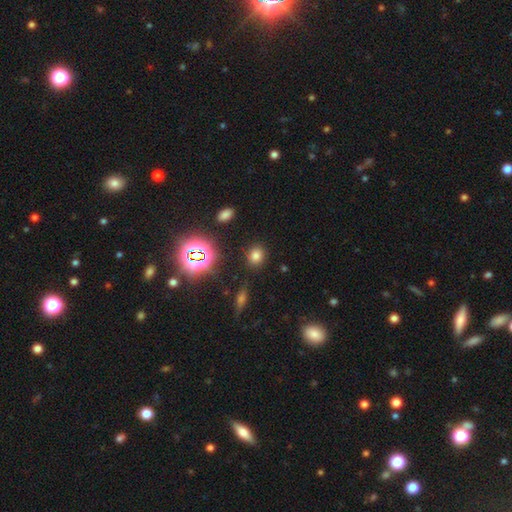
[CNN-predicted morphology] smooth-or-featured: smooth: 71% | star or artifact: 22% | featured or disk: 7%
  how-rounded: round: 68% | in between: 31% | cigar-shaped: 1%
  merging: none: 86% | minor disturbance: 8% | major disturbance: 3% | merger: 2%